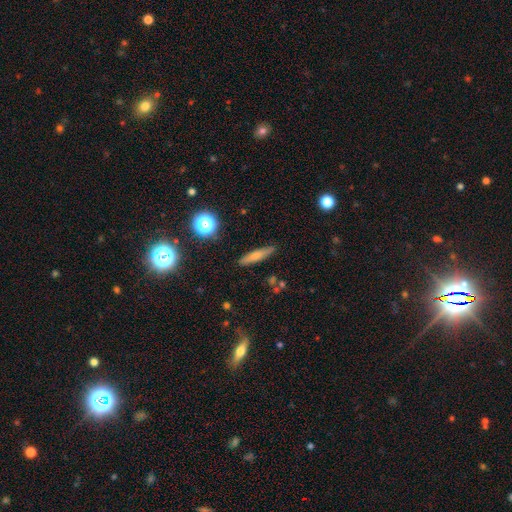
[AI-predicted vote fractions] smooth 64%, featured or disk 26%, star or artifact 10%. Down the decision tree: how rounded — cigar-shaped (82%); merging — none (86%).